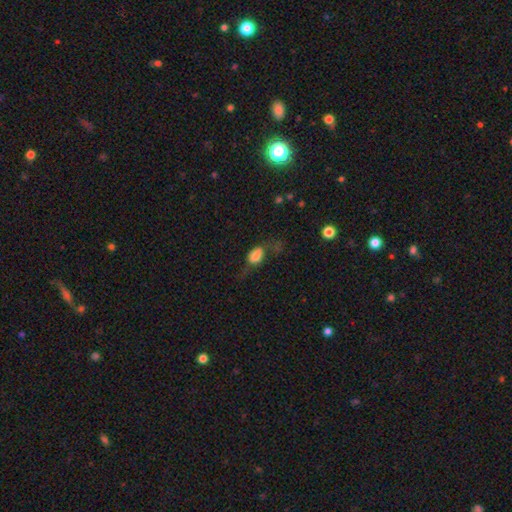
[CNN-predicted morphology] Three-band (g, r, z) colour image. It shows a smooth galaxy with no disk features (70%) that is in between round and cigar-shaped (81%). Merging: major disturbance (36%).